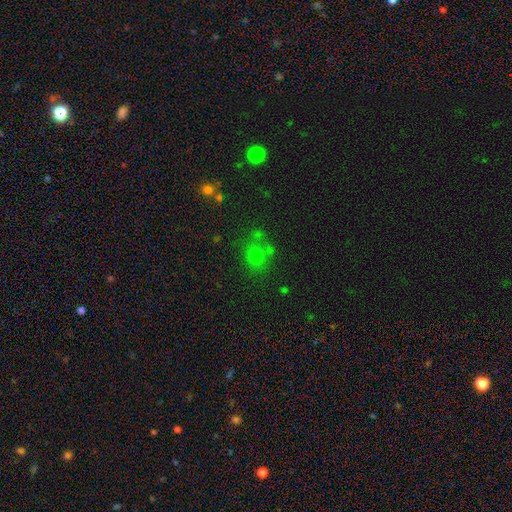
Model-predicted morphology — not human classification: Overall: smooth (66%). How rounded: round (82%). Merging: none (61%).